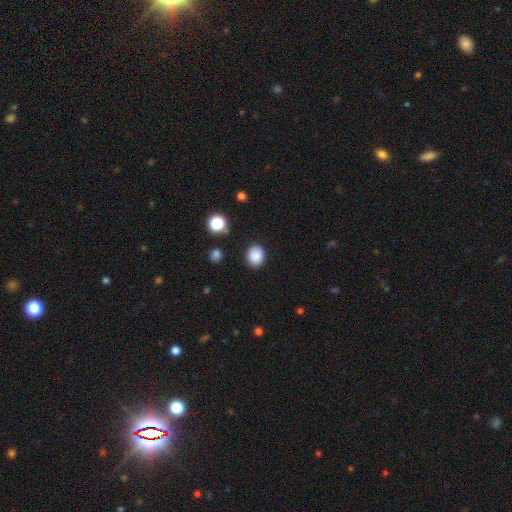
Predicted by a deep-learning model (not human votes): Smooth or featured?
  - smooth: 85% *
  - star or artifact: 10%
  - featured or disk: 5%
How rounded?
  - round: 61% *
  - in between: 38%
  - cigar-shaped: 1%
Merging?
  - none: 84% *
  - minor disturbance: 11%
  - major disturbance: 3%
  - merger: 2%